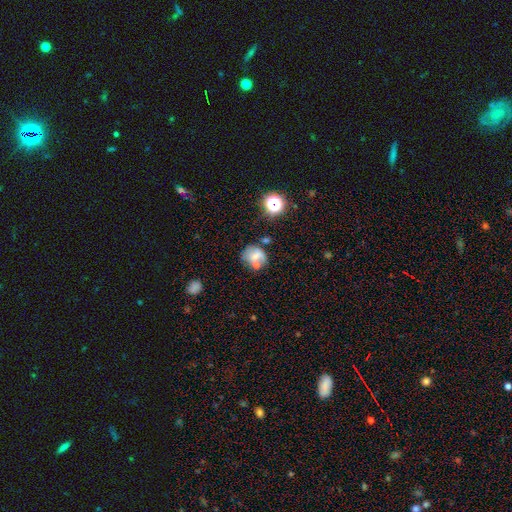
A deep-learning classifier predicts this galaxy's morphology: smooth-or-featured: smooth: 59% | featured or disk: 27% | star or artifact: 15%
  how-rounded: round: 66% | in between: 32% | cigar-shaped: 1%
  merging: none: 43% | merger: 26% | minor disturbance: 20% | major disturbance: 11%